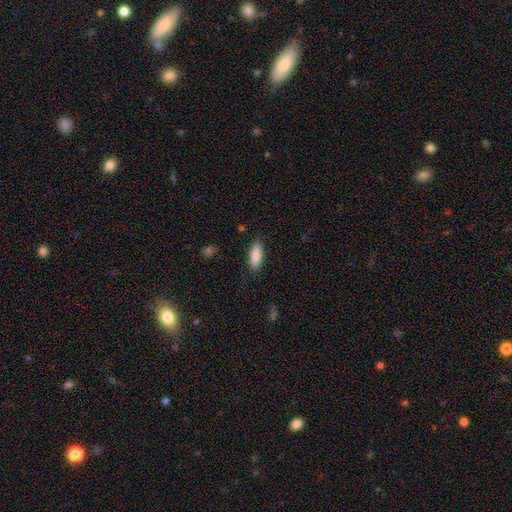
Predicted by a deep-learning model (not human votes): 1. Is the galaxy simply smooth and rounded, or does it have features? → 86% smooth, 7% featured or disk, 6% star or artifact.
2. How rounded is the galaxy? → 63% in between, 35% cigar-shaped, 2% round.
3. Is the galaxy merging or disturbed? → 86% none, 10% minor disturbance, 2% major disturbance, 1% merger.